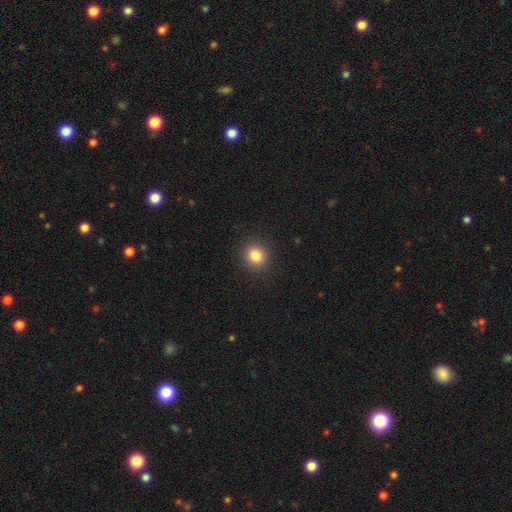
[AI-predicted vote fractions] Smooth or featured: smooth — 84% (star or artifact — 11%)
How rounded: round — 74% (in between — 25%)
Merging: none — 91% (minor disturbance — 6%)